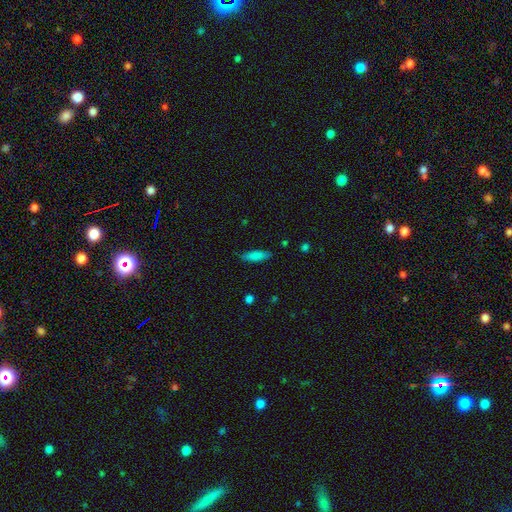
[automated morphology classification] A smooth galaxy with no disk features (83%) that is cigar-shaped (50%).

Vote fractions:
- Smooth or featured? smooth: 83% / featured or disk: 10% / star or artifact: 7%
- How rounded? cigar-shaped: 50% / in between: 48% / round: 2%
- Merging? none: 84% / minor disturbance: 12% / major disturbance: 2% / merger: 1%